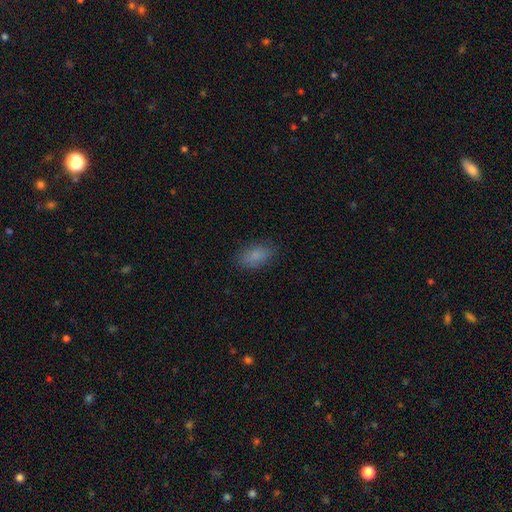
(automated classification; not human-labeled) Overall: smooth (85%). How rounded: in between (91%). Merging: none (82%).